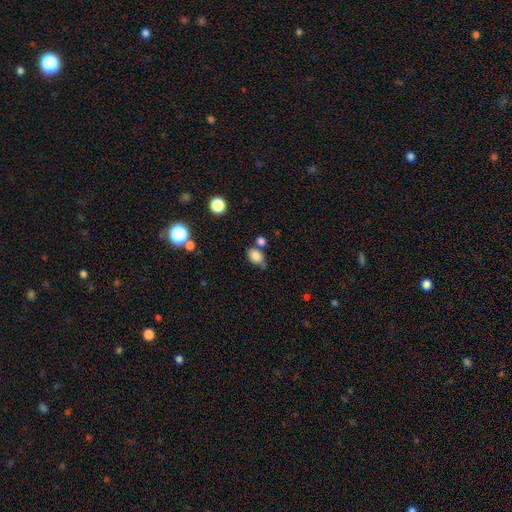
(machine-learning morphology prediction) Smooth or featured? smooth (84%)
How rounded? in between (74%)
Merging? none (55%)